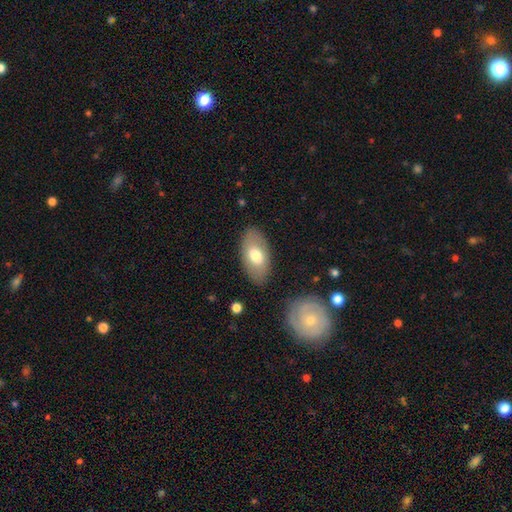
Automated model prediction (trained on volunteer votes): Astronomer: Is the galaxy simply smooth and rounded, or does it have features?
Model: smooth — 67%.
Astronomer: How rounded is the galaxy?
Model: in between — 93%.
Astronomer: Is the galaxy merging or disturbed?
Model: none — 83%.